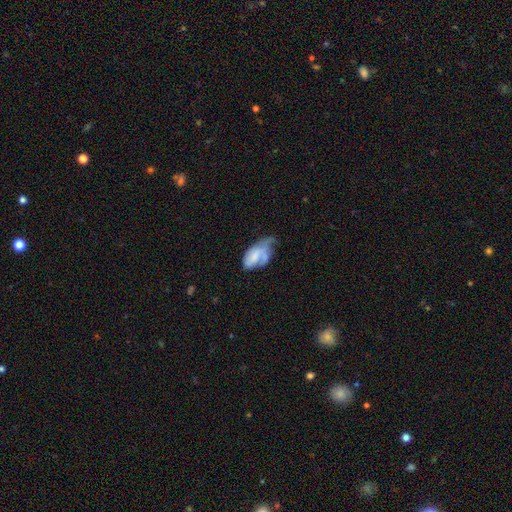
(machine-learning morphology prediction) The model was most divided on "merging": major disturbance: 38%, minor disturbance: 33%, none: 20%, merger: 10%. More confident: how rounded — in between (91%); smooth or featured — smooth (53%).